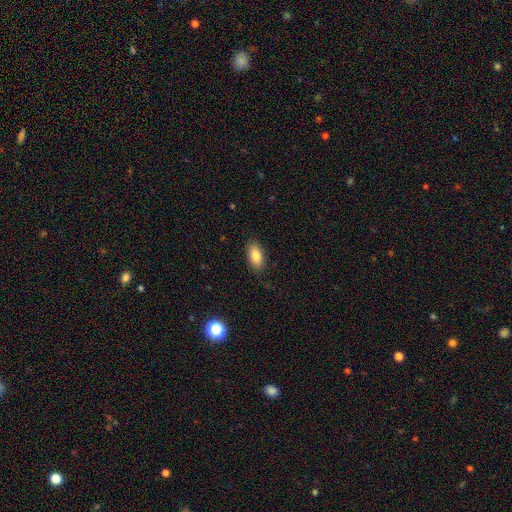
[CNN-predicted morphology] Smooth or featured? Predicted: smooth (p=0.86). How rounded? Predicted: in between (p=0.92). Merging? Predicted: none (p=0.87).